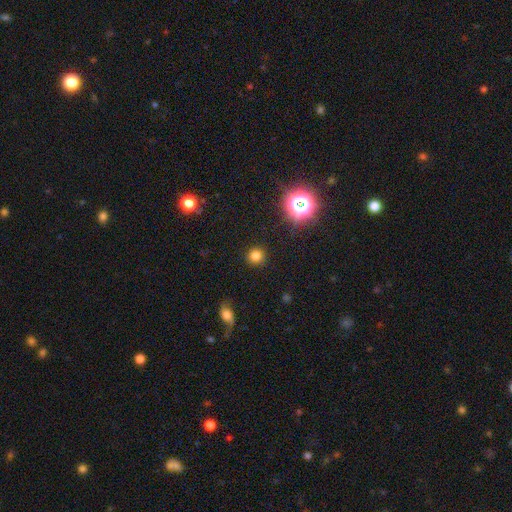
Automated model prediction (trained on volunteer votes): Overall: smooth (78%). How rounded: round (92%). Merging: none (90%).